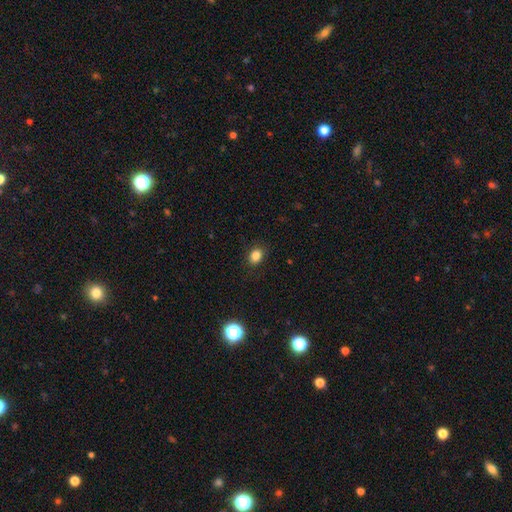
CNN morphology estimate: type=smooth (84%); roundness=round (50%); merging=none (88%).